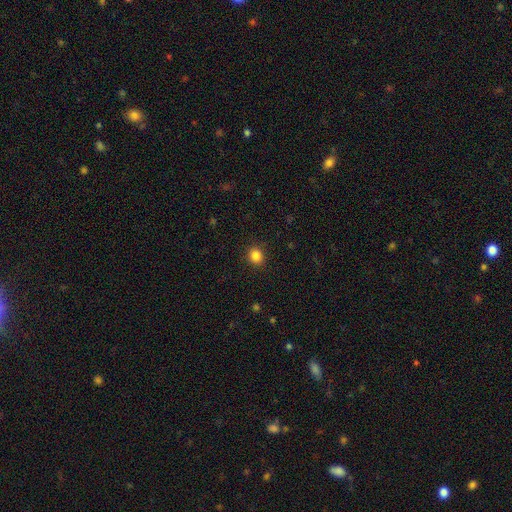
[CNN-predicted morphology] Smooth or featured? Predicted: smooth (p=0.85). How rounded? Predicted: round (p=0.80). Merging? Predicted: none (p=0.91).